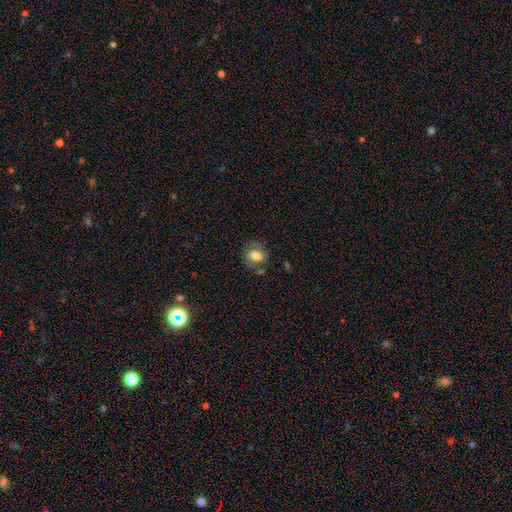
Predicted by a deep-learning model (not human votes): Smooth or featured?
  - smooth: 59% *
  - featured or disk: 32%
  - star or artifact: 9%
How rounded?
  - in between: 63% *
  - round: 35%
  - cigar-shaped: 2%
Merging?
  - none: 58% *
  - minor disturbance: 23%
  - major disturbance: 12%
  - merger: 7%